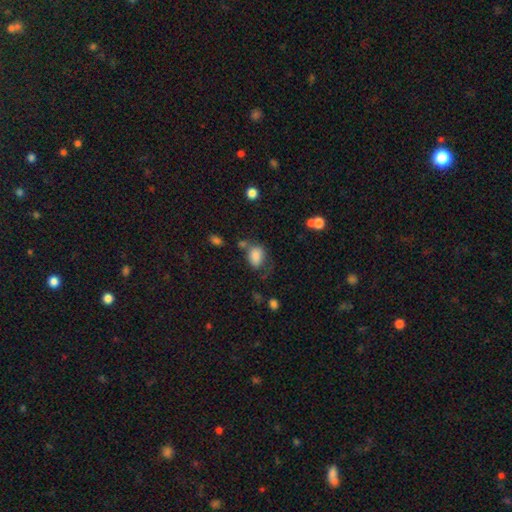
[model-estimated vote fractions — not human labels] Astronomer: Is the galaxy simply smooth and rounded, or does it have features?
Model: smooth — 81%.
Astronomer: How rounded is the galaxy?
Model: in between — 77%.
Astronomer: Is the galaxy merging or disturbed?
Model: none — 49% (runner-up: minor disturbance, 24%).